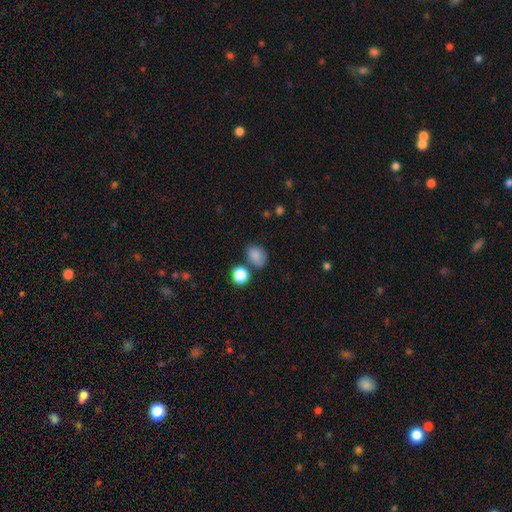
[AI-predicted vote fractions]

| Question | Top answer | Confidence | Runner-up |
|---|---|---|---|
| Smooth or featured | smooth | 80% | star or artifact (11%) |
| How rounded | in between | 62% | round (36%) |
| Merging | none | 62% | minor disturbance (22%) |